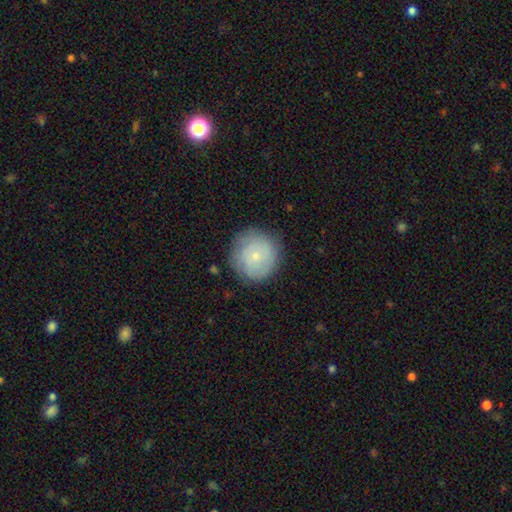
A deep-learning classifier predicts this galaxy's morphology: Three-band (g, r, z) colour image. It shows a smooth galaxy with no disk features (68%) that is round (94%). Merging: none (81%).